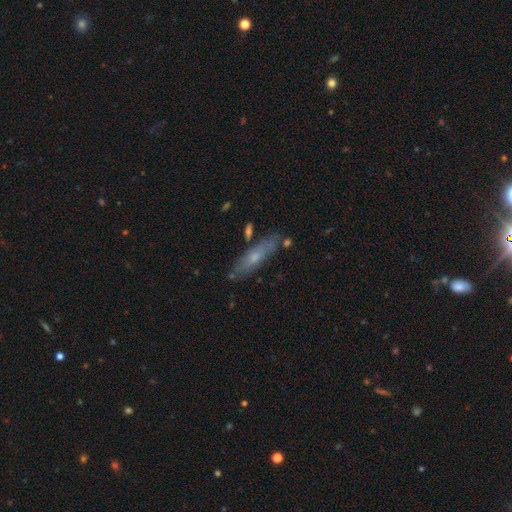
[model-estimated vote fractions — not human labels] smooth-or-featured: featured or disk: 50% | smooth: 41% | star or artifact: 9%
  merging: none: 76% | minor disturbance: 15% | merger: 5% | major disturbance: 4%